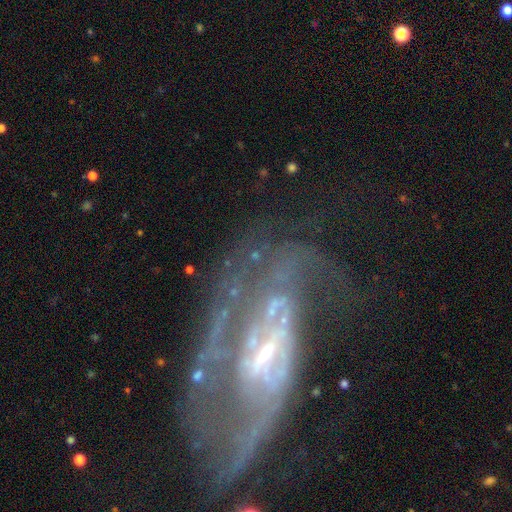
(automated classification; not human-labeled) Smooth or featured? featured or disk (70%)
Edge-on disk? no (90%)
Bar? no (41%)
Spiral arms? yes (60%)
Bulge size? small (48%)
Merging? none (38%)